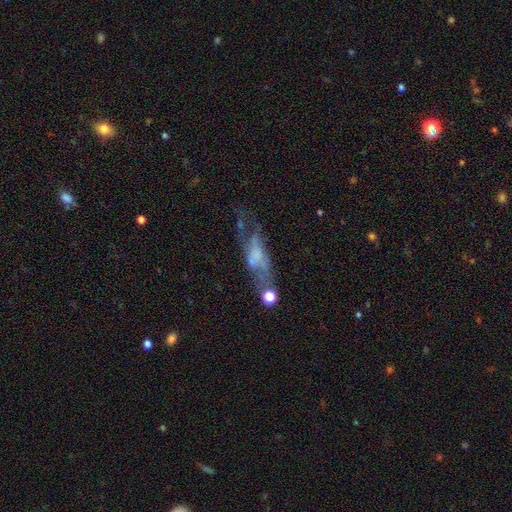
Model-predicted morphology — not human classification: Smooth or featured: featured or disk — 57% (smooth — 30%)
Edge-on disk: no — 66% (yes — 34%)
Merging: none — 42% (major disturbance — 27%)